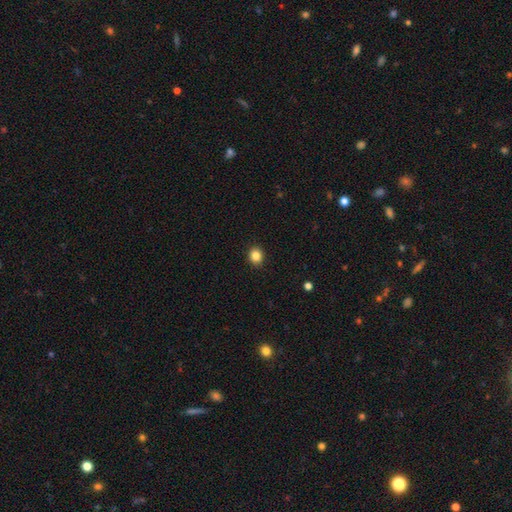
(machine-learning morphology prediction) Overall: smooth (85%). How rounded: round (73%). Merging: none (91%).